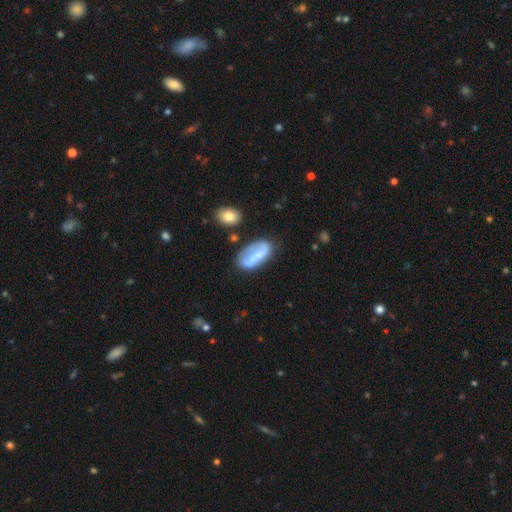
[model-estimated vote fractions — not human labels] The model was most divided on "smooth or featured": featured or disk: 51%, smooth: 42%, star or artifact: 8%. More confident: edge-on disk — no (93%); merging — none (60%).